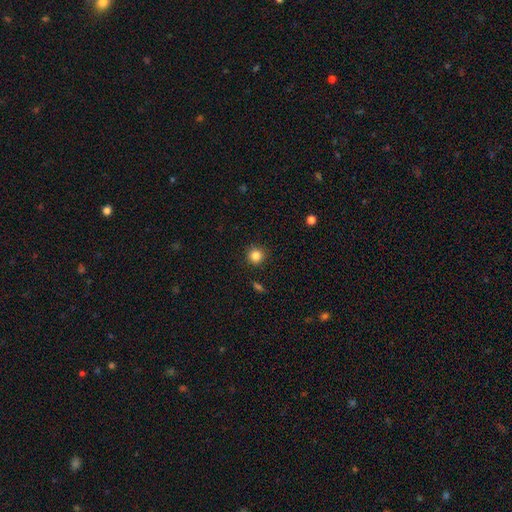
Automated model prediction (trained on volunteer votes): Morphology: type=smooth (84%); roundness=round (94%); merging=none (90%).